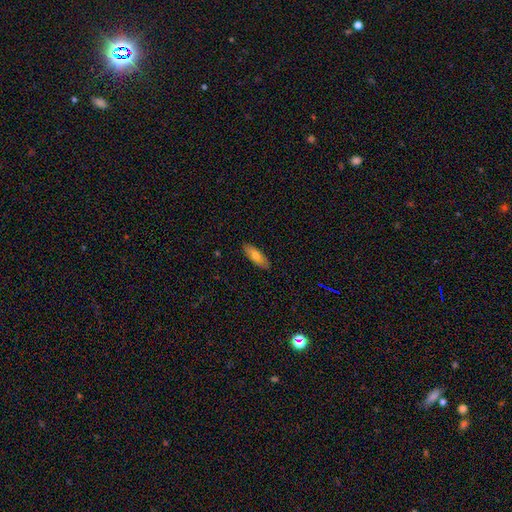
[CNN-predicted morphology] This is likely a smooth galaxy (69%). How rounded: possibly in between (57%). Merging: clearly none (89%).